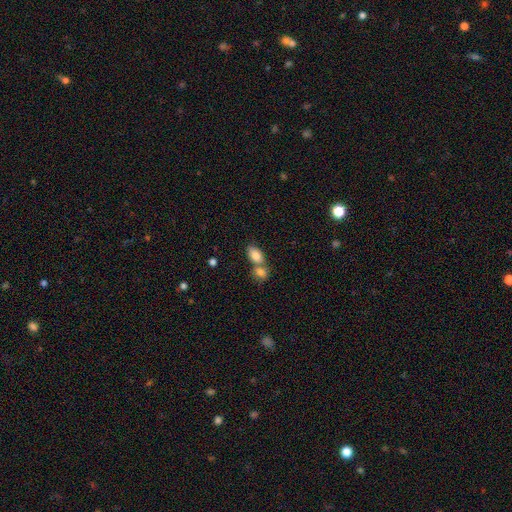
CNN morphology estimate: smooth 83%, featured or disk 9%, star or artifact 8%. Down the decision tree: how rounded — in between (88%); merging — merger (51%).